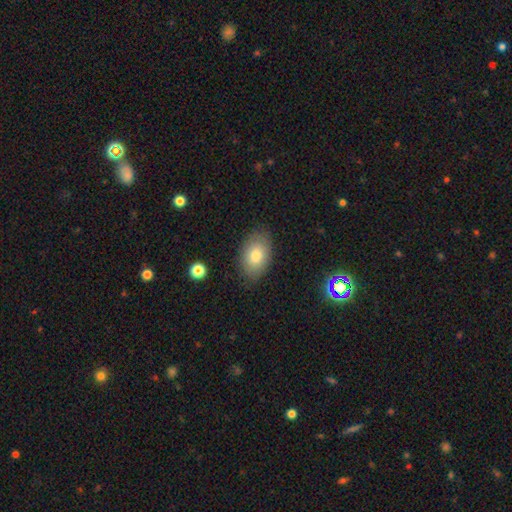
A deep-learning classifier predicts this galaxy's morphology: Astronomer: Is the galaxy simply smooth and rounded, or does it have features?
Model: smooth — 80%.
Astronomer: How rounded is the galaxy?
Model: in between — 90%.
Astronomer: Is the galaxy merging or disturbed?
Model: none — 84%.